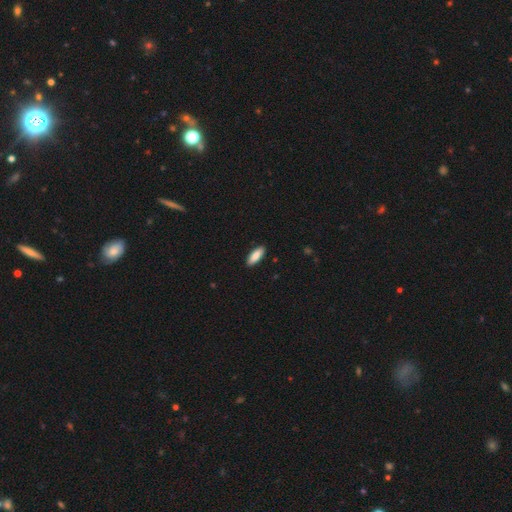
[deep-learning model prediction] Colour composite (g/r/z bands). It shows a smooth galaxy with no disk features (88%) that is in between round and cigar-shaped (70%). Merging: none (90%).